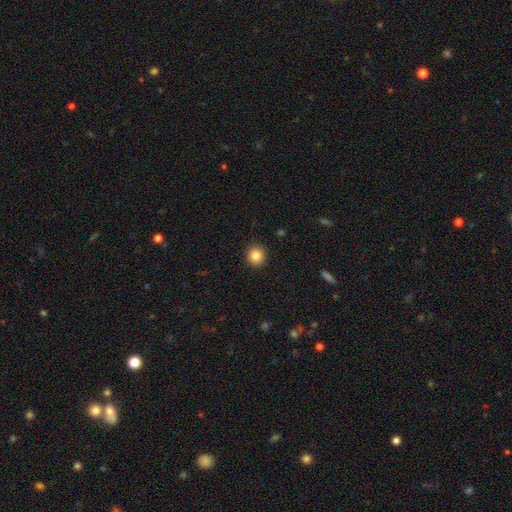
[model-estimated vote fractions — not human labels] smooth-or-featured: smooth: 85% | star or artifact: 10% | featured or disk: 5%
  how-rounded: round: 92% | in between: 7% | cigar-shaped: 1%
  merging: none: 92% | minor disturbance: 5% | major disturbance: 2% | merger: 1%